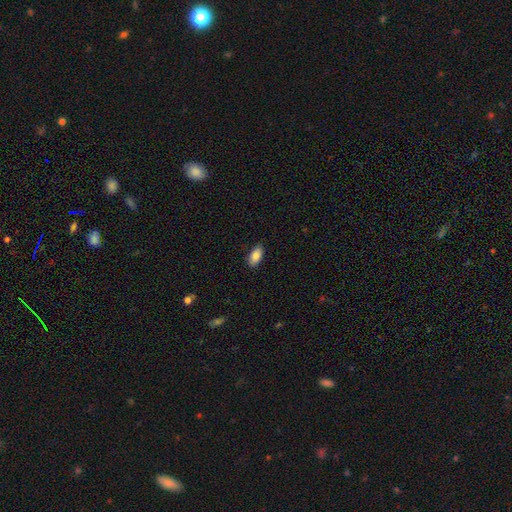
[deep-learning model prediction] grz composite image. It shows a smooth galaxy with no disk features (84%) that is in between round and cigar-shaped (92%). Merging: none (86%).